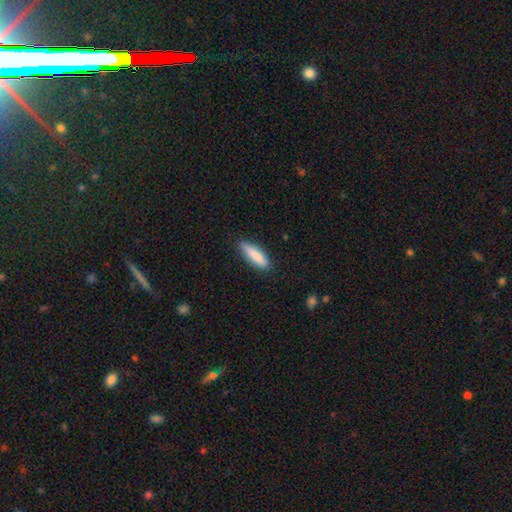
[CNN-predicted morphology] Overall: smooth (82%). How rounded: cigar-shaped (69%; in between 29%). Merging: none (85%).